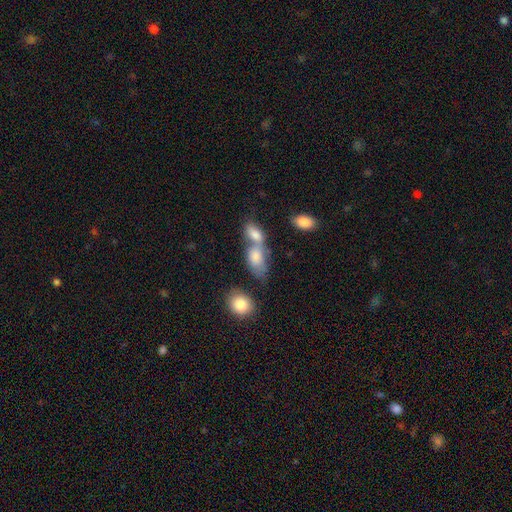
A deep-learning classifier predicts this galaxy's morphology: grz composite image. It shows a smooth galaxy with no disk features (73%) that is in between round and cigar-shaped (81%). Merging: merger (55%).